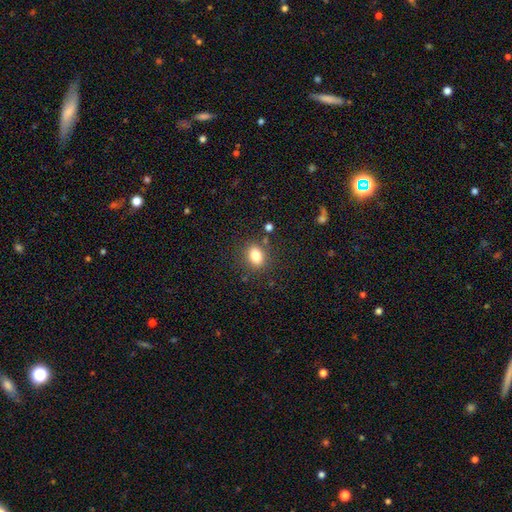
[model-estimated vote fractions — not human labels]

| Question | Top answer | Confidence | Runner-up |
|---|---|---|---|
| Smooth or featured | smooth | 83% | star or artifact (10%) |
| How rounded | in between | 67% | round (31%) |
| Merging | none | 81% | minor disturbance (11%) |